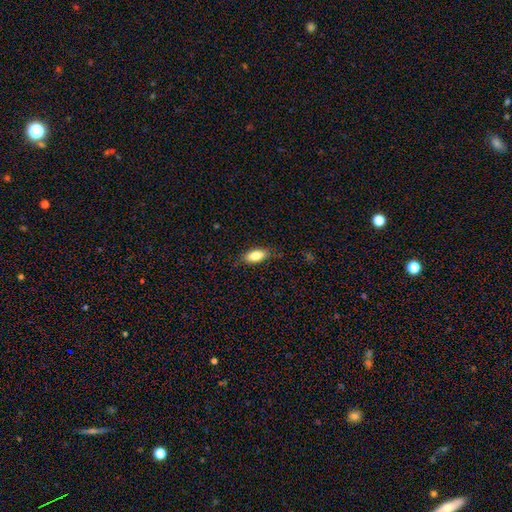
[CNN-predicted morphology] type=smooth (83%); roundness=in between (85%); merging=none (84%).